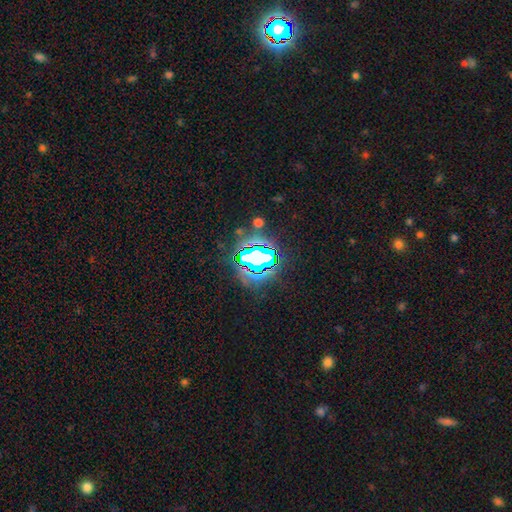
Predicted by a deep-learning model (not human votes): Morphology: type=star or artifact (84%).